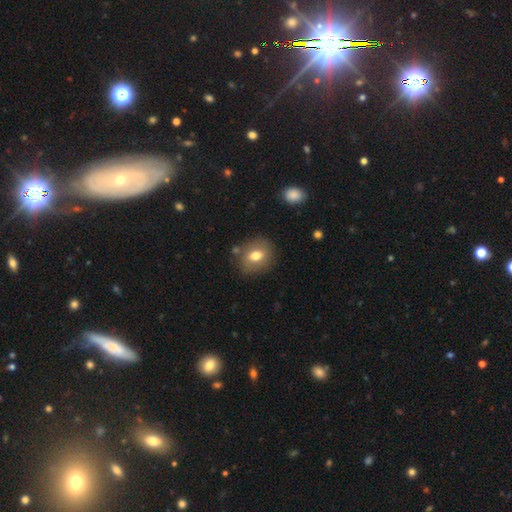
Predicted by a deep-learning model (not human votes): Smooth or featured: smooth — 72% (featured or disk — 19%)
How rounded: round — 53% (in between — 45%)
Merging: none — 80% (minor disturbance — 12%)